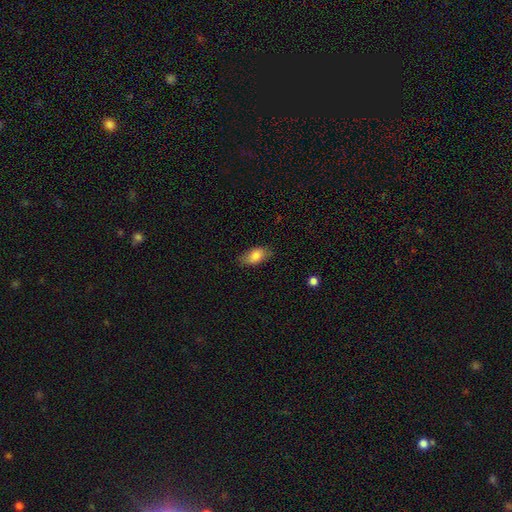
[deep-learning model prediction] The model was most divided on "merging": none: 77%, minor disturbance: 18%, major disturbance: 4%, merger: 1%. More confident: how rounded — in between (91%); smooth or featured — smooth (84%).